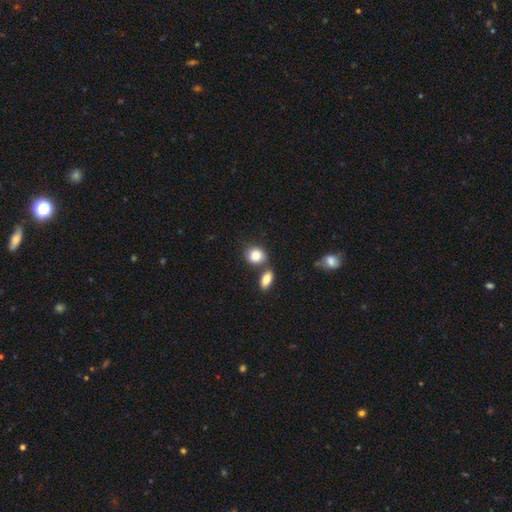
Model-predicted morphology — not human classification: smooth_or_featured: smooth (p=0.86) [alt: star or artifact p=0.08]
how_rounded: round (p=0.52) [alt: in between p=0.46]
merging: none (p=0.54) [alt: merger p=0.30]